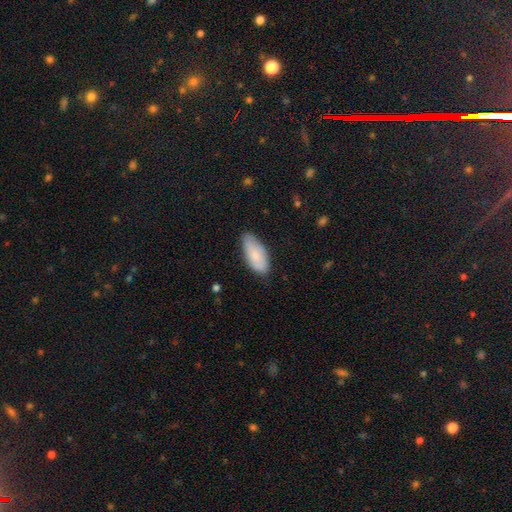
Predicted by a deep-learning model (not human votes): Smooth or featured? Predicted: smooth (p=0.79). How rounded? Predicted: in between (p=0.89). Merging? Predicted: none (p=0.72).